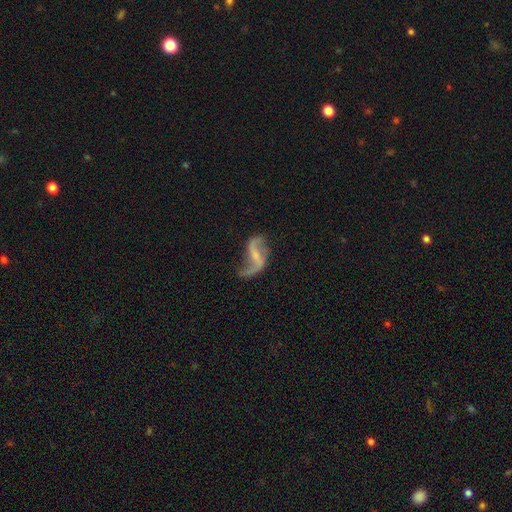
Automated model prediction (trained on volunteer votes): featured or disk 86%, smooth 8%, star or artifact 6%. Down the decision tree: edge-on disk — no (97%); bar — weak (44%); spiral arms — yes (94%); spiral arm count — 2 (89%); spiral winding — loose (85%); bulge size — small (46%); merging — none (62%).